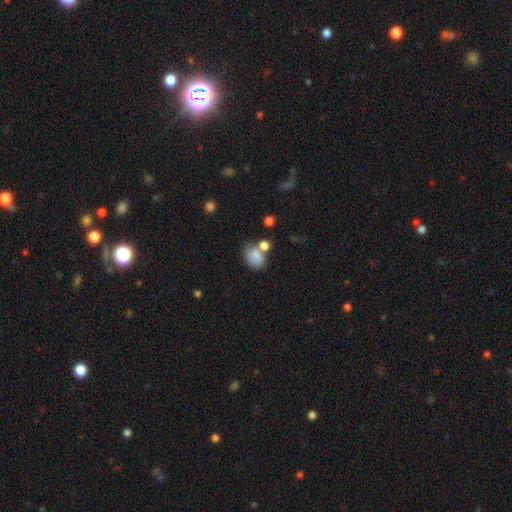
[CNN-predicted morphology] This appears to be a smooth galaxy with no disk features (77%) that is in between round and cigar-shaped (69%). Merging: none (41%).